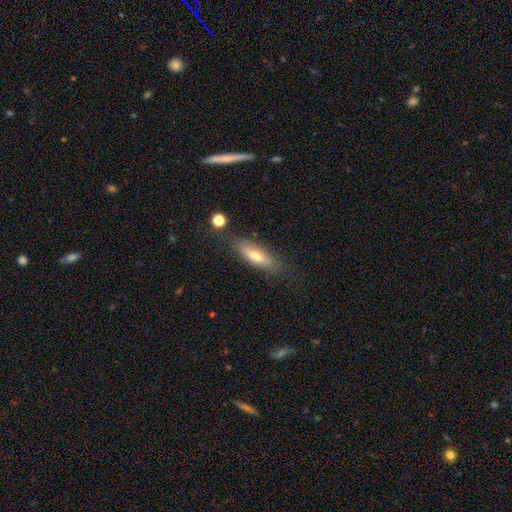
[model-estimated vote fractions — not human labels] smooth_or_featured: smooth (p=0.61) [alt: featured or disk p=0.32]
how_rounded: in between (p=0.49) [tied with: cigar-shaped p=0.49]
merging: none (p=0.79) [alt: minor disturbance p=0.14]